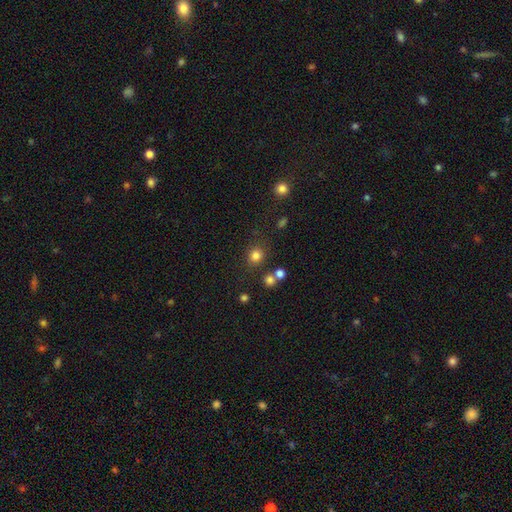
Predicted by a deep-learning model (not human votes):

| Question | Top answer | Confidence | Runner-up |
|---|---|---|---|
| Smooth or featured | smooth | 80% | star or artifact (14%) |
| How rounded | round | 84% | in between (15%) |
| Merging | none | 78% | minor disturbance (10%) |